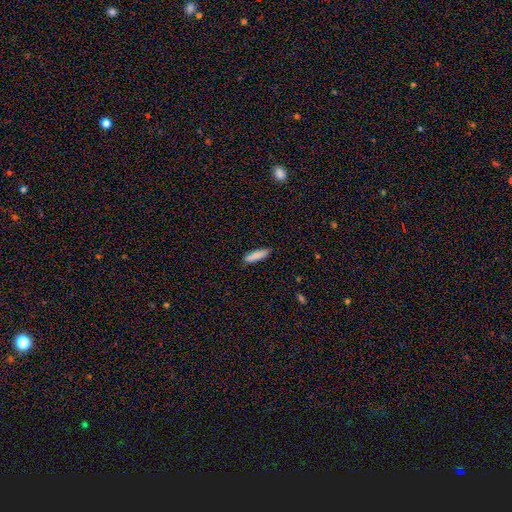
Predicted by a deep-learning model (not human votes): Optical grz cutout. It shows a smooth galaxy with no disk features (86%) that is cigar-shaped (76%). Merging: none (87%).